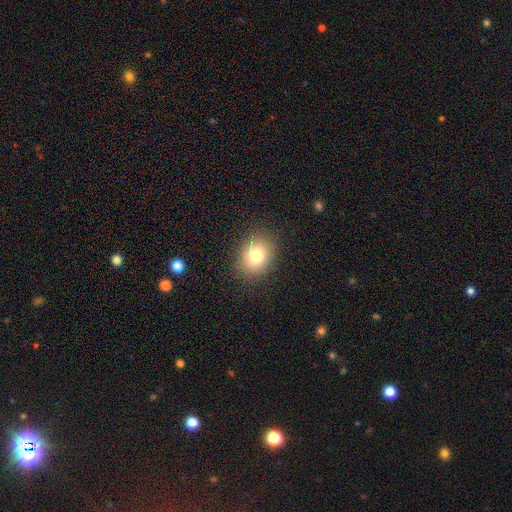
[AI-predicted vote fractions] This appears to be a smooth galaxy with no disk features (79%) that is in between round and cigar-shaped (54%). Merging: none (86%).